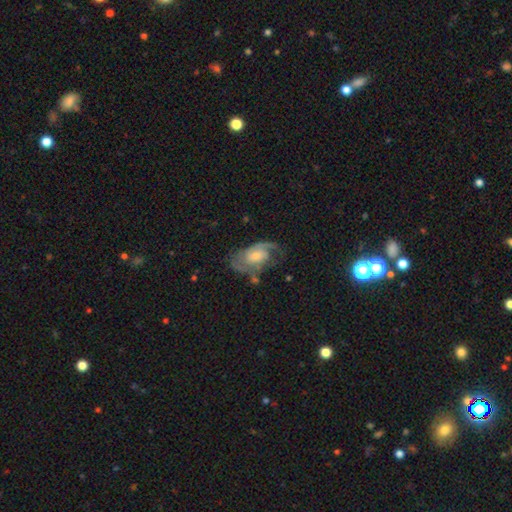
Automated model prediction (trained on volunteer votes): Smooth or featured?
  - featured or disk: 80% *
  - smooth: 13%
  - star or artifact: 7%
Edge-on disk?
  - no: 96% *
  - yes: 4%
Bar?
  - no: 54% *
  - weak: 39%
  - strong: 7%
Spiral arms?
  - yes: 93% *
  - no: 7%
Spiral winding?
  - medium: 47% *
  - tight: 36%
  - loose: 17%
Spiral arm count?
  - 2: 68% *
  - can't tell: 14%
  - 1: 9%
  - 3: 6%
  - 4: 2%
  - more than 4: 2%
Bulge size?
  - moderate: 47% *
  - small: 39%
  - large: 7%
  - none: 6%
  - dominant: 1%
Merging?
  - none: 62% *
  - minor disturbance: 21%
  - major disturbance: 14%
  - merger: 3%